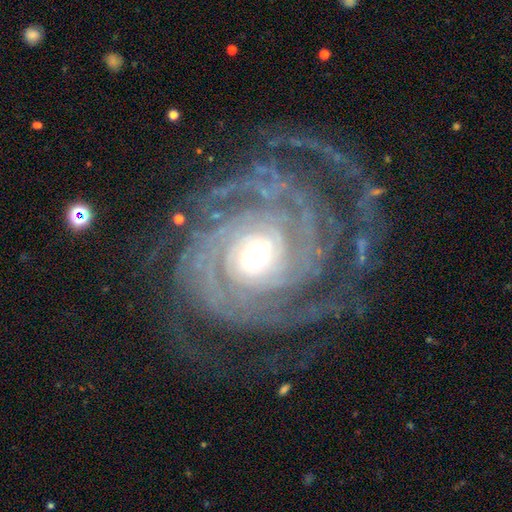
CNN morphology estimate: The model was most divided on "spiral arm count" (2-way tie): 2: 20%, can't tell: 20%, 3: 19%, 4: 17%, more than 4: 15%, 1: 9%. More confident: spiral arms — yes (98%); edge-on disk — no (97%); smooth or featured — featured or disk (92%); spiral winding — tight (79%); bar — no (71%); merging — none (71%); bulge size — moderate (60%).